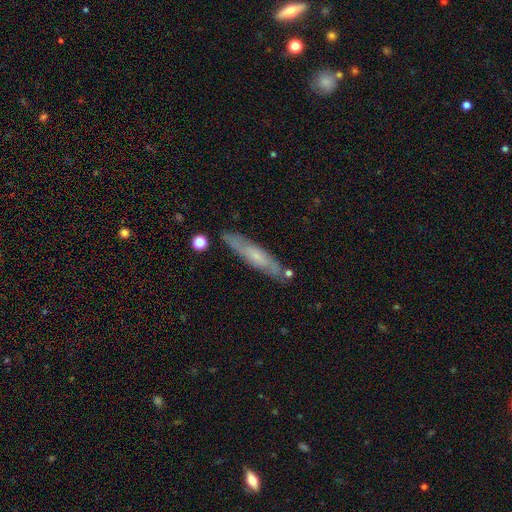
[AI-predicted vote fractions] The model was most divided on "edge-on disk": yes: 53%, no: 47%. More confident: merging — none (78%); smooth or featured — featured or disk (53%).